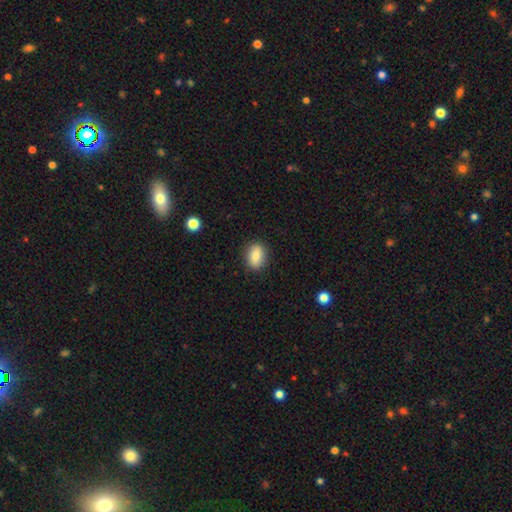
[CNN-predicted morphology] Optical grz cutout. It shows a smooth galaxy with no disk features (80%) that is in between round and cigar-shaped (69%). Merging: none (87%).